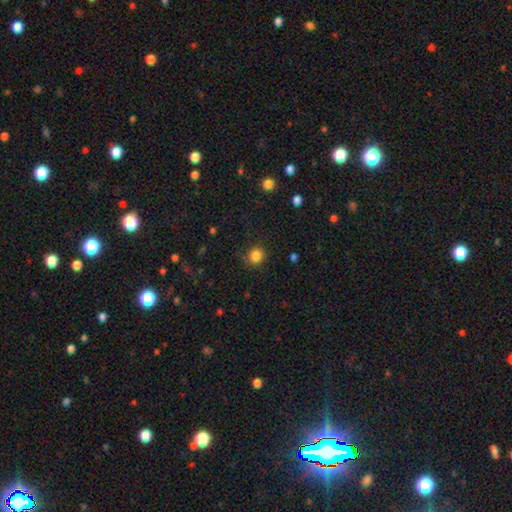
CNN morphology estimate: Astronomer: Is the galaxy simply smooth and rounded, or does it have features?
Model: smooth — 85%.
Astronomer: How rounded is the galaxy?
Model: round — 83%.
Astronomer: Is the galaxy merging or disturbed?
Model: none — 87%.